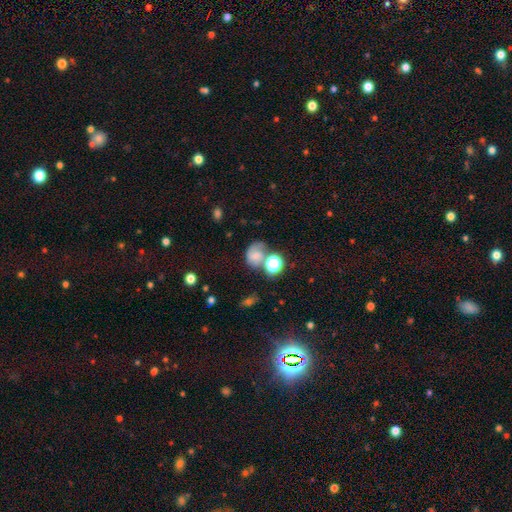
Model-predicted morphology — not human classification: Q: Smooth or featured?
A: smooth (51%); runner-up: featured or disk (29%)
Q: How rounded?
A: round (51%); runner-up: in between (48%)
Q: Merging?
A: none (39%); runner-up: merger (23%)